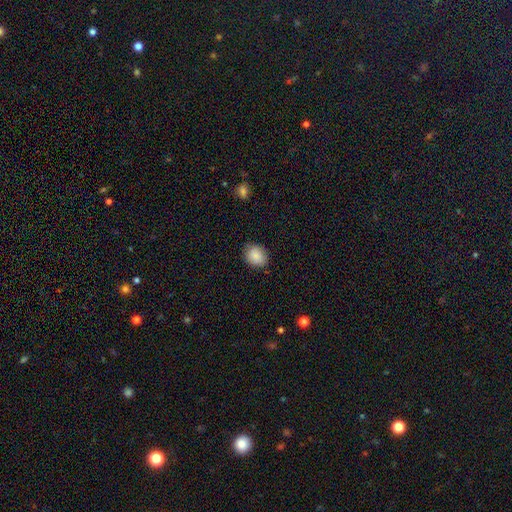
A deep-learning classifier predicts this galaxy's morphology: This appears to be a smooth galaxy with no disk features (88%) that is round (55%). Merging: none (83%).